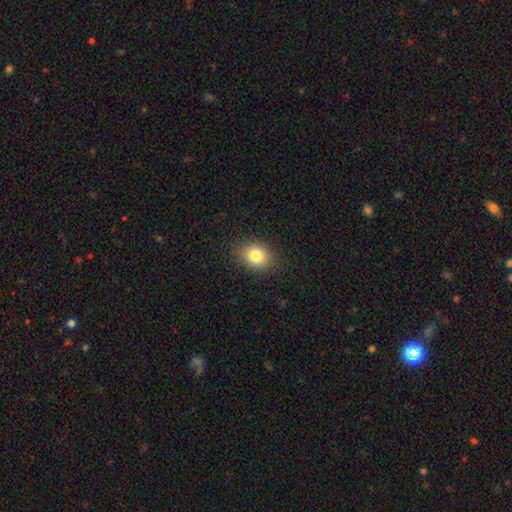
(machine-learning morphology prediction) A smooth galaxy with no disk features (82%) that is in between round and cigar-shaped (54%). Merging: none (87%).